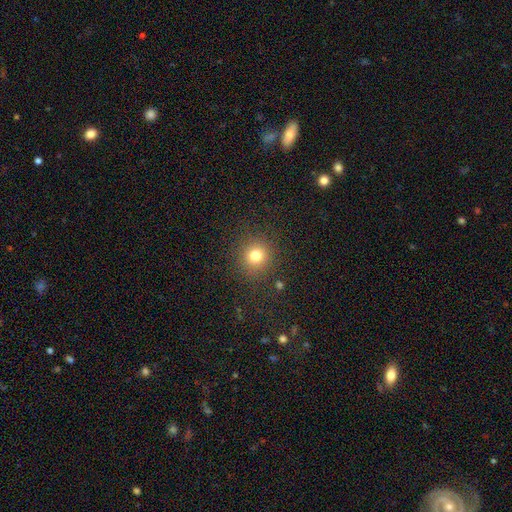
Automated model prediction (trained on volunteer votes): Overall: smooth (78%). How rounded: round (90%). Merging: none (88%).